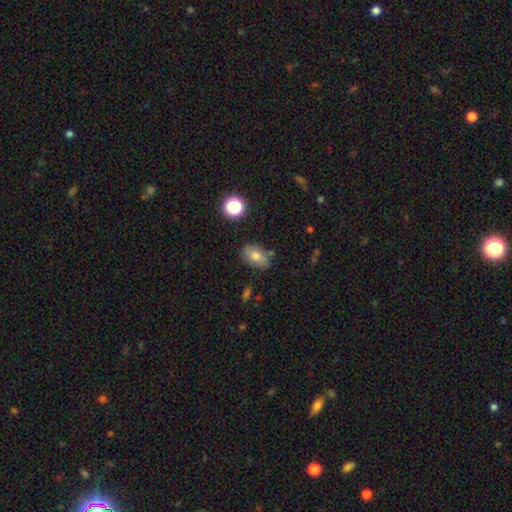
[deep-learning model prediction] smooth_or_featured: smooth (p=0.74) [alt: featured or disk p=0.15]
how_rounded: in between (p=0.83) [alt: round p=0.15]
merging: none (p=0.79) [alt: minor disturbance p=0.14]